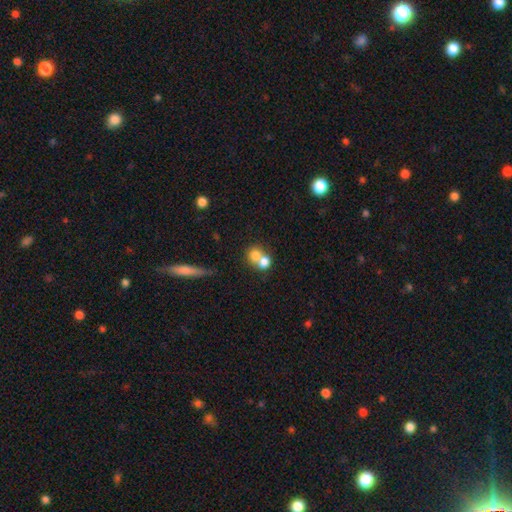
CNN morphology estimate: A smooth galaxy with no disk features (74%) that is round (74%).

Vote fractions:
- Smooth or featured? smooth: 74% / featured or disk: 16% / star or artifact: 10%
- How rounded? round: 74% / in between: 24% / cigar-shaped: 2%
- Merging? merger: 61% / none: 29% / minor disturbance: 6% / major disturbance: 4%